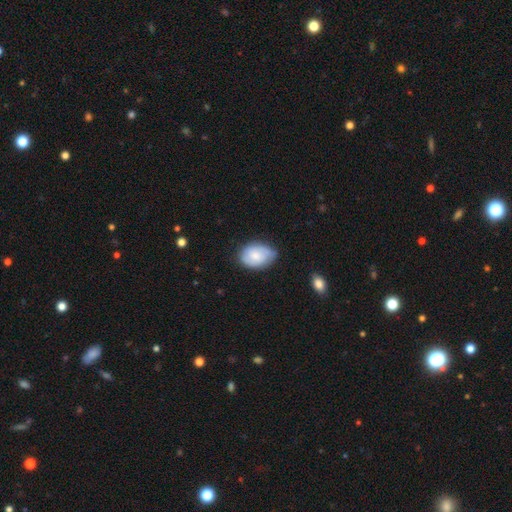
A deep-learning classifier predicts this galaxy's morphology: This is likely a smooth galaxy (61%). How rounded: likely in between (79%). Merging: likely none (63%).